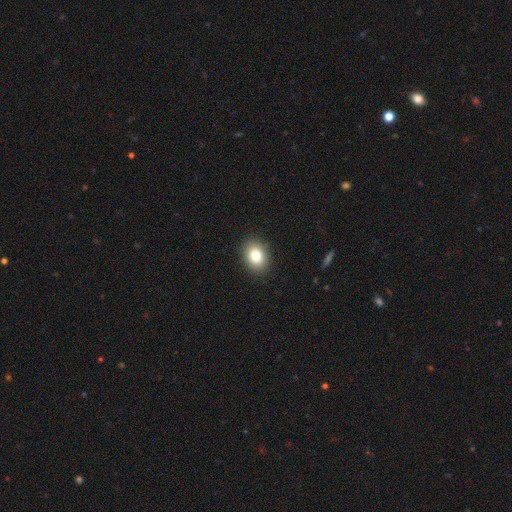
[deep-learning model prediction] A smooth galaxy with no disk features (83%) that is in between round and cigar-shaped (64%).

Vote fractions:
- Smooth or featured? smooth: 83% / star or artifact: 9% / featured or disk: 8%
- How rounded? in between: 64% / round: 35% / cigar-shaped: 1%
- Merging? none: 89% / minor disturbance: 8% / major disturbance: 2% / merger: 1%